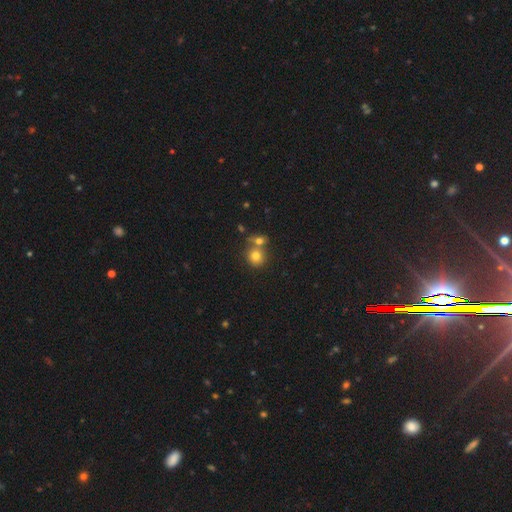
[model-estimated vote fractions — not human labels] smooth_or_featured: smooth (p=0.77) [alt: star or artifact p=0.12]
how_rounded: round (p=0.84) [alt: in between p=0.15]
merging: none (p=0.49) [alt: merger p=0.40]